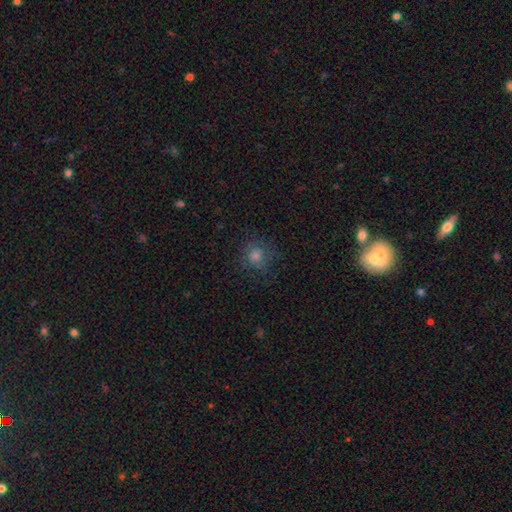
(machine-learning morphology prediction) Overall: smooth (64%). How rounded: round (86%). Merging: none (76%).